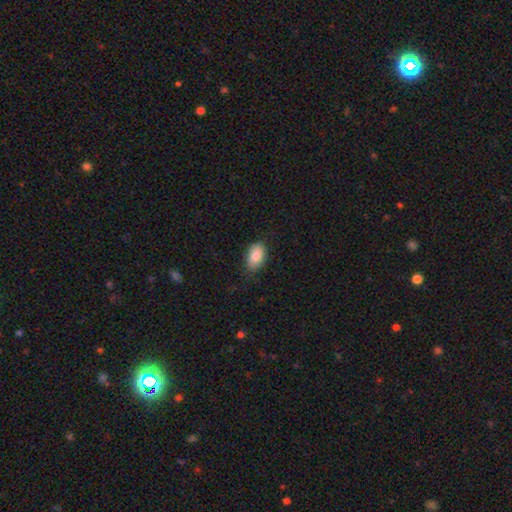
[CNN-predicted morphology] type=smooth (85%); roundness=in between (91%); merging=none (77%).